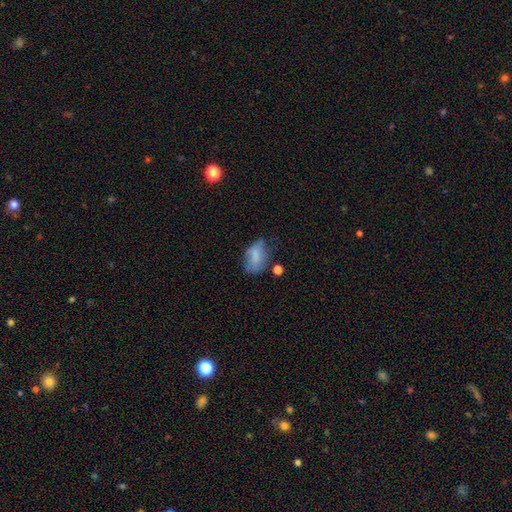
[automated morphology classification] Smooth or featured? smooth (72%)
How rounded? in between (89%)
Merging? none (46%)